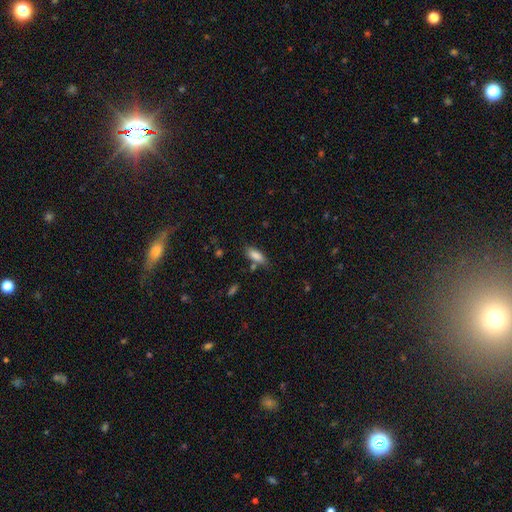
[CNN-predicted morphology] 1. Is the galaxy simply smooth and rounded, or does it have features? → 85% smooth, 8% star or artifact, 7% featured or disk.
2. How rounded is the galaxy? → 77% in between, 21% cigar-shaped, 2% round.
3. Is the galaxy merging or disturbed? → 72% none, 16% minor disturbance, 8% merger, 4% major disturbance.